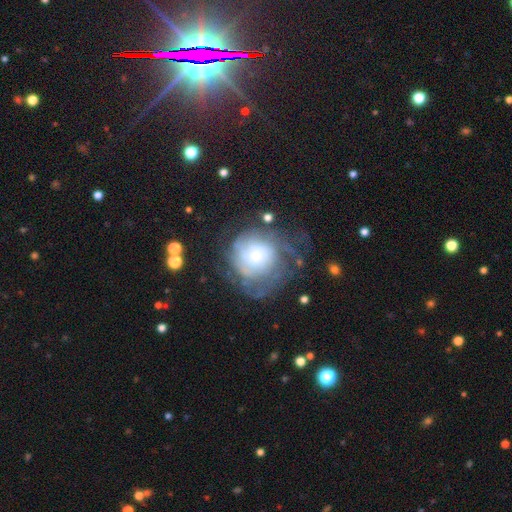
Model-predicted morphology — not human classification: Smooth or featured?
  - featured or disk: 62% *
  - smooth: 28%
  - star or artifact: 10%
Edge-on disk?
  - no: 97% *
  - yes: 3%
Bar?
  - no: 80% *
  - weak: 17%
  - strong: 3%
Spiral arms?
  - yes: 74% *
  - no: 26%
Bulge size?
  - small: 51% *
  - moderate: 23%
  - large: 14%
  - none: 7%
  - dominant: 4%
Merging?
  - none: 54% *
  - major disturbance: 22%
  - minor disturbance: 20%
  - merger: 4%